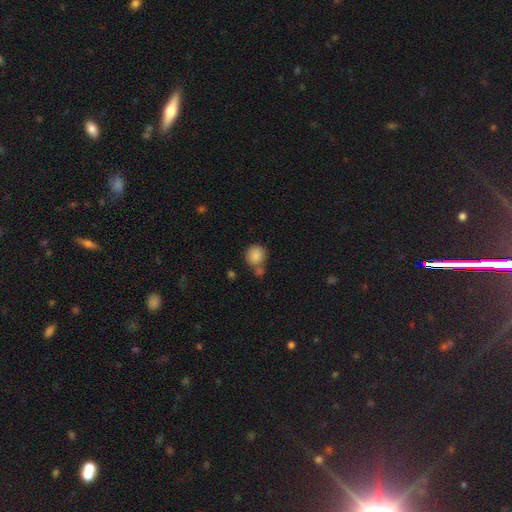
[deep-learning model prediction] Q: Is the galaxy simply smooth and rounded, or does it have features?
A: smooth — 86%.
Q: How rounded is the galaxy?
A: round — 83%.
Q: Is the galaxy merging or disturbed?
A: none — 54%.